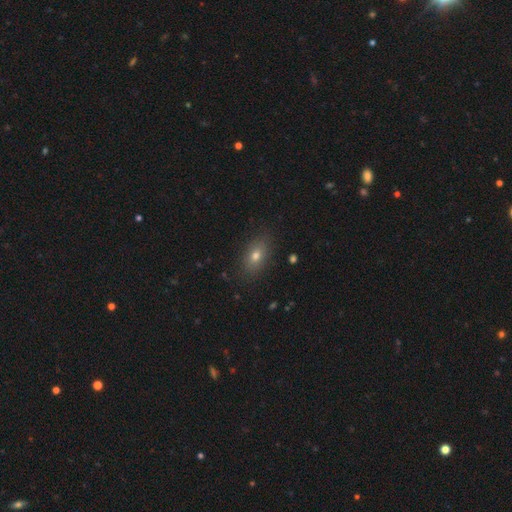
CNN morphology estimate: Smooth or featured? smooth (74%)
How rounded? in between (83%)
Merging? none (85%)